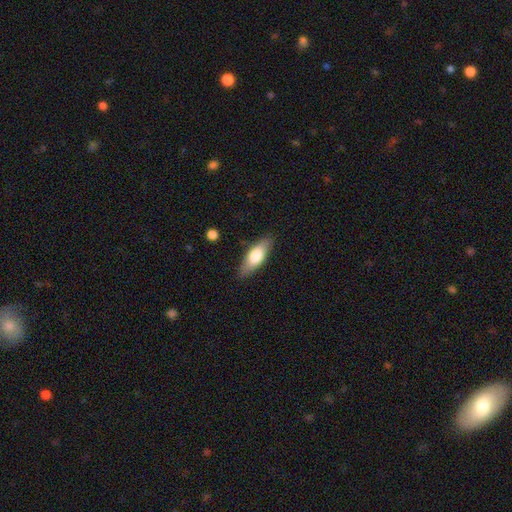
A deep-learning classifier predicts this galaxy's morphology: smooth-or-featured: smooth: 70% | featured or disk: 24% | star or artifact: 6%
  how-rounded: in between: 68% | cigar-shaped: 30% | round: 2%
  merging: none: 84% | minor disturbance: 12% | major disturbance: 3% | merger: 1%